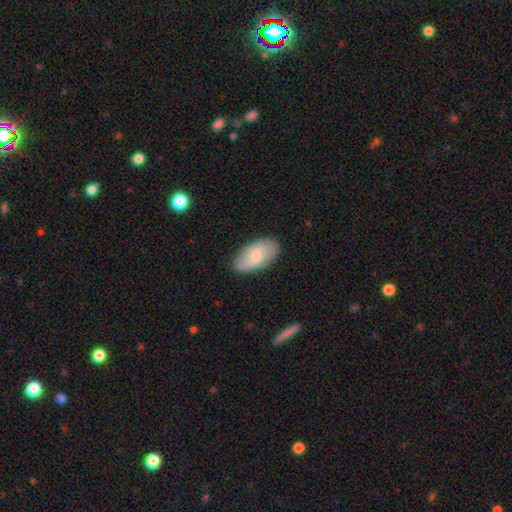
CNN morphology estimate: Smooth or featured?
  - smooth: 70% *
  - featured or disk: 23%
  - star or artifact: 6%
How rounded?
  - in between: 94% *
  - round: 3%
  - cigar-shaped: 3%
Merging?
  - none: 78% *
  - minor disturbance: 17%
  - major disturbance: 3%
  - merger: 1%